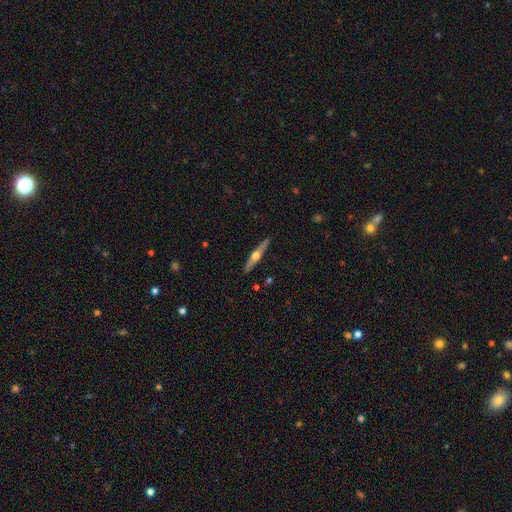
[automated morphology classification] Smooth or featured? featured or disk (71%)
Edge-on disk? yes (97%)
Edge-on bulge? rounded (95%)
Merging? none (90%)